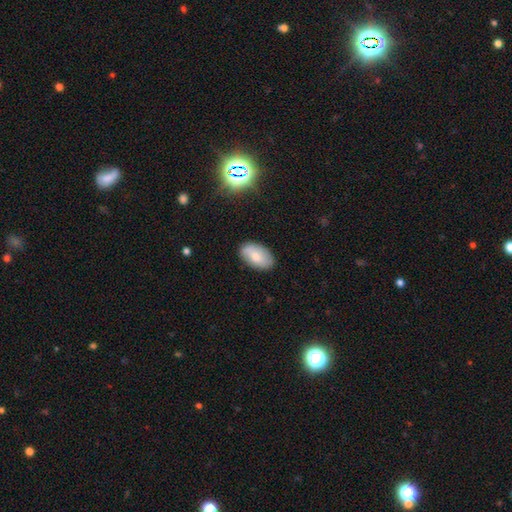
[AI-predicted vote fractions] Overall: smooth (71%). How rounded: in between (94%). Merging: none (83%).